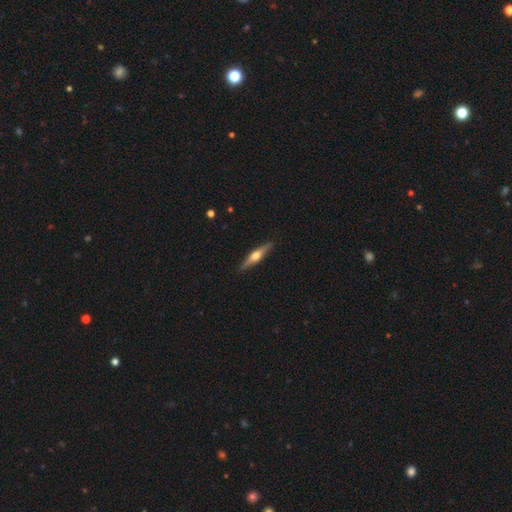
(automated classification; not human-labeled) Overall: featured or disk (69%). Edge-on disk: yes (97%). Edge-on bulge: rounded (95%). Merging: none (91%).